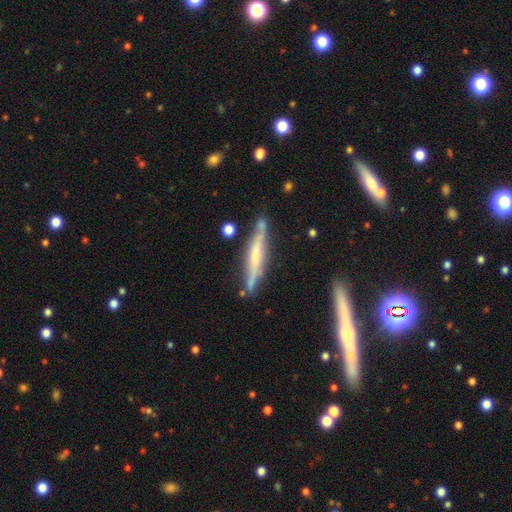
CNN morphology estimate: featured or disk 60%, smooth 34%, star or artifact 6%. Down the decision tree: edge-on disk — yes (92%); edge-on bulge — none (38%); merging — none (77%).